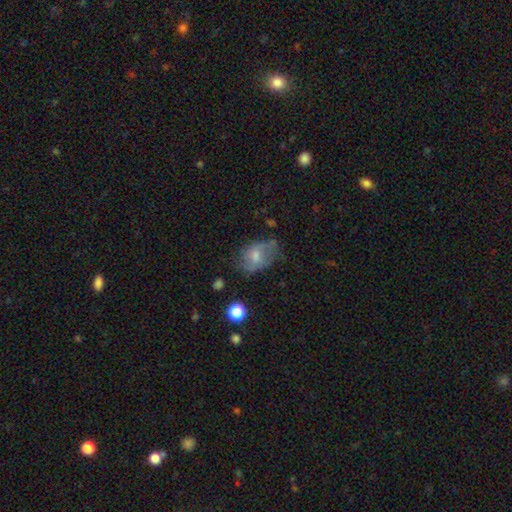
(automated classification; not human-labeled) A smooth galaxy with no disk features (50%) that is in between round and cigar-shaped (79%). Merging: none (60%).